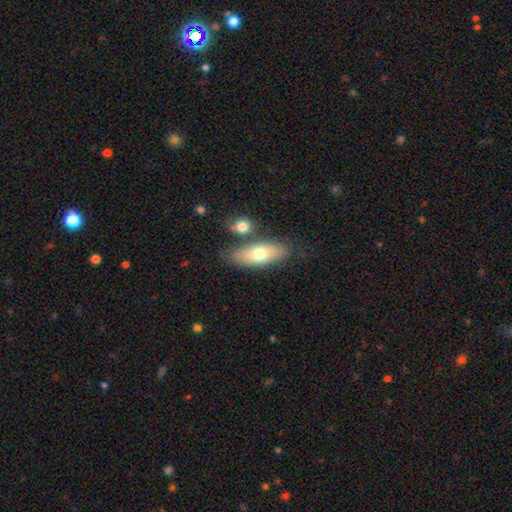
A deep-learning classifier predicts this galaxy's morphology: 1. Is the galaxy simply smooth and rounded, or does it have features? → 61% smooth, 30% featured or disk, 9% star or artifact.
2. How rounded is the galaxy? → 67% in between, 29% cigar-shaped, 3% round.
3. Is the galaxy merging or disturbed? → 74% none, 12% minor disturbance, 10% merger, 3% major disturbance.